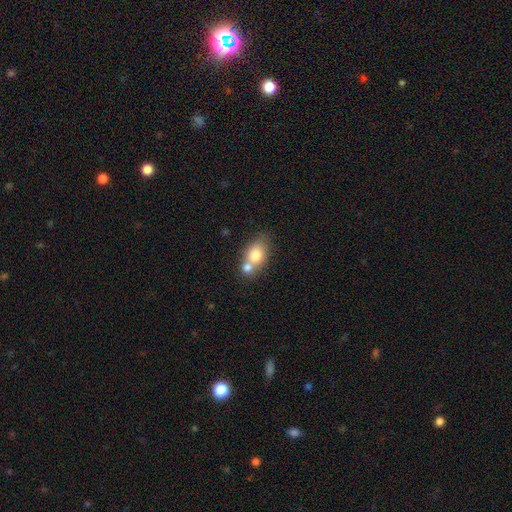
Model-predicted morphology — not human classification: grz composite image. It shows a smooth galaxy with no disk features (75%) that is in between round and cigar-shaped (69%). Merging: merger (50%).